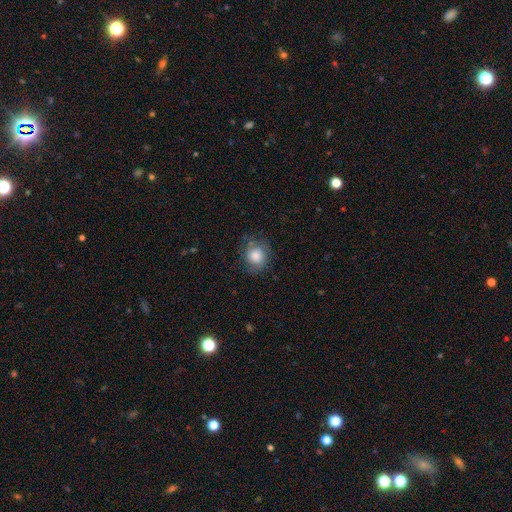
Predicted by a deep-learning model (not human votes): smooth-or-featured: smooth: 76% | featured or disk: 16% | star or artifact: 9%
  how-rounded: round: 76% | in between: 23% | cigar-shaped: 1%
  merging: none: 69% | minor disturbance: 21% | major disturbance: 9% | merger: 1%